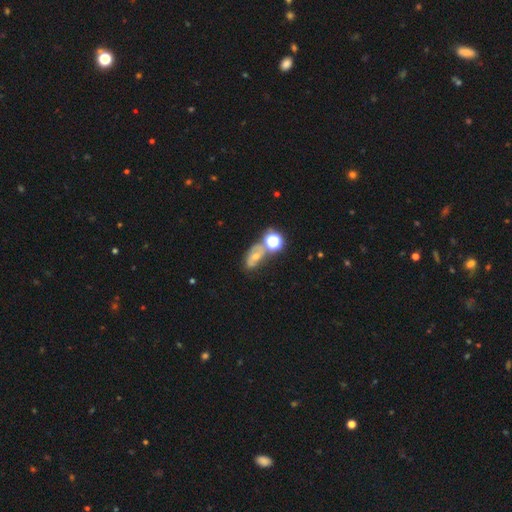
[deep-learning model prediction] featured or disk 46%, smooth 31%, star or artifact 23%. Down the decision tree: merging — none (52%).